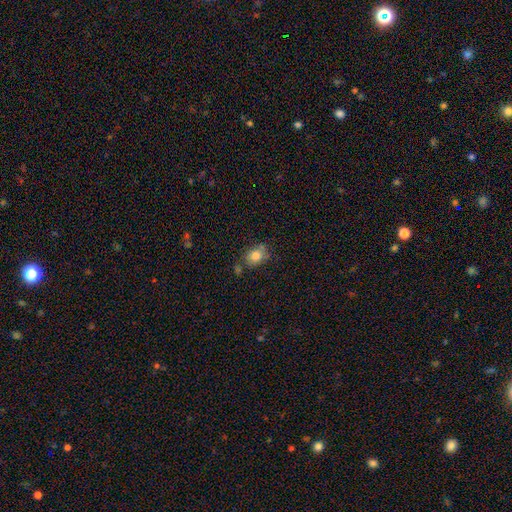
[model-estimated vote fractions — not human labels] This is clearly a smooth galaxy (80%). How rounded: possibly round (51%). Merging: likely none (64%).